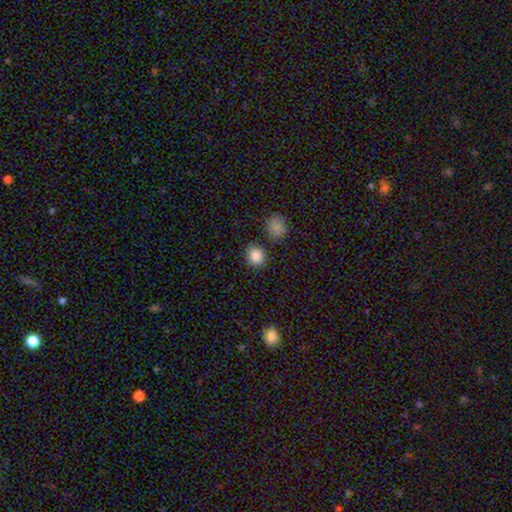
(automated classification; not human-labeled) A smooth galaxy with no disk features (87%) that is round (71%).

Vote fractions:
- Smooth or featured? smooth: 87% / star or artifact: 9% / featured or disk: 4%
- How rounded? round: 71% / in between: 28% / cigar-shaped: 1%
- Merging? none: 82% / minor disturbance: 10% / merger: 6% / major disturbance: 3%